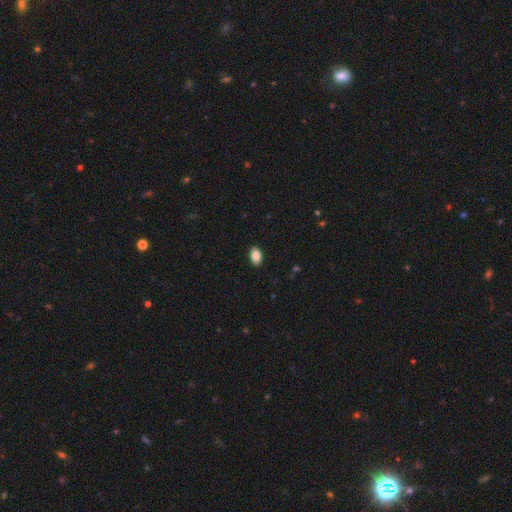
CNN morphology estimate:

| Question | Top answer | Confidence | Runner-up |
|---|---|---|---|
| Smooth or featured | smooth | 86% | star or artifact (8%) |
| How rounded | in between | 90% | round (8%) |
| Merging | none | 90% | minor disturbance (7%) |